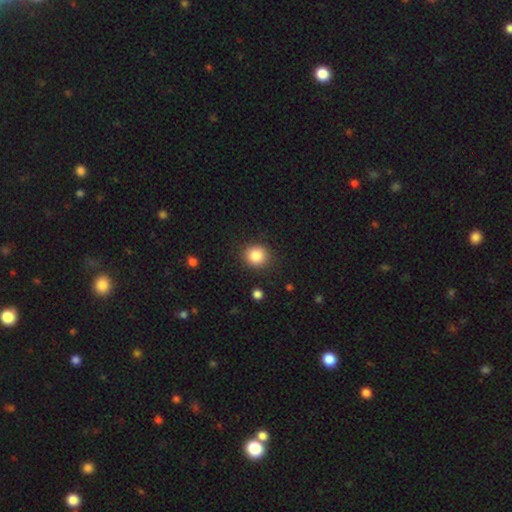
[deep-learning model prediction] Smooth or featured: smooth — 85% (star or artifact — 10%)
How rounded: round — 85% (in between — 14%)
Merging: none — 89% (minor disturbance — 8%)